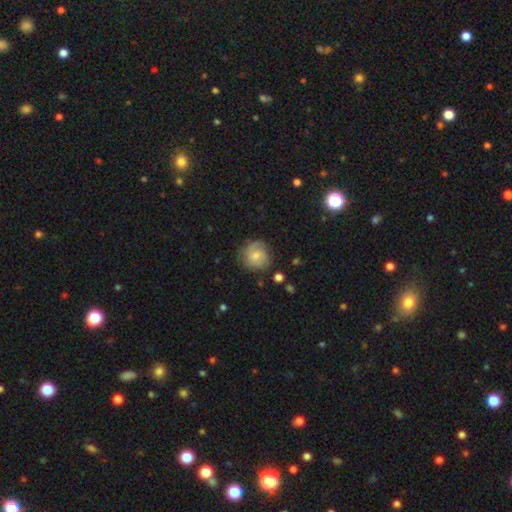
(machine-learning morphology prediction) Smooth or featured? Predicted: featured or disk (p=0.48). Merging? Predicted: none (p=0.70).